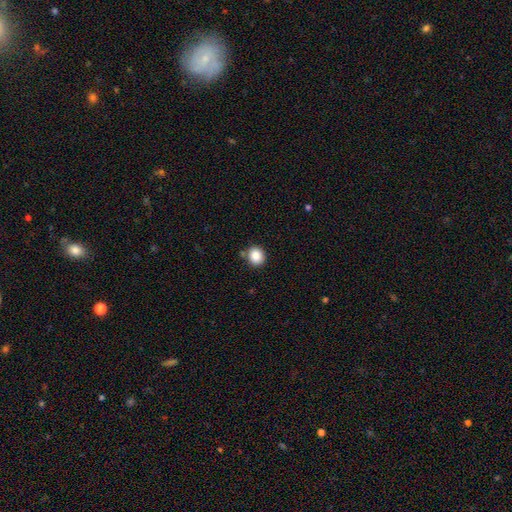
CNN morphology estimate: smooth_or_featured: smooth (p=0.87) [alt: star or artifact p=0.09]
how_rounded: round (p=0.80) [alt: in between p=0.19]
merging: none (p=0.82) [alt: minor disturbance p=0.10]